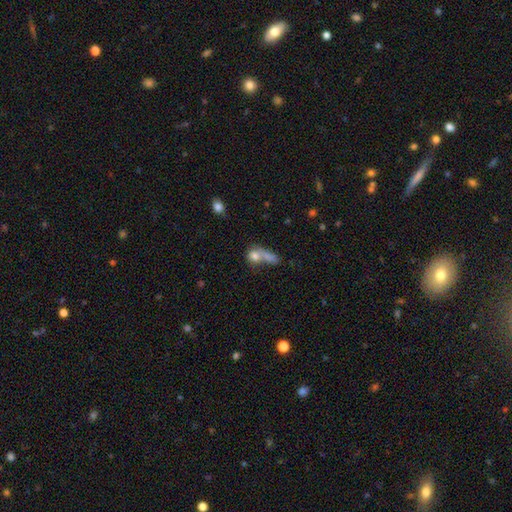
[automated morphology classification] A smooth galaxy with no disk features (58%) that is round (49%).

Vote fractions:
- Smooth or featured? smooth: 58% / featured or disk: 24% / star or artifact: 18%
- How rounded? round: 49% / in between: 38% / cigar-shaped: 13%
- Merging? merger: 47% / none: 30% / major disturbance: 13% / minor disturbance: 10%